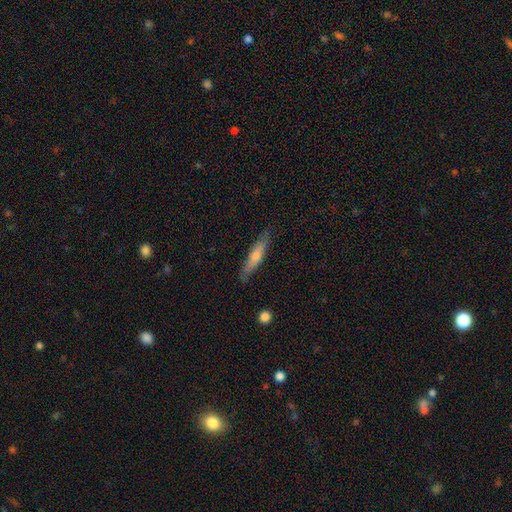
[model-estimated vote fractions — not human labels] Overall: smooth (51%; featured or disk 43%). How rounded: cigar-shaped (85%). Merging: none (82%).